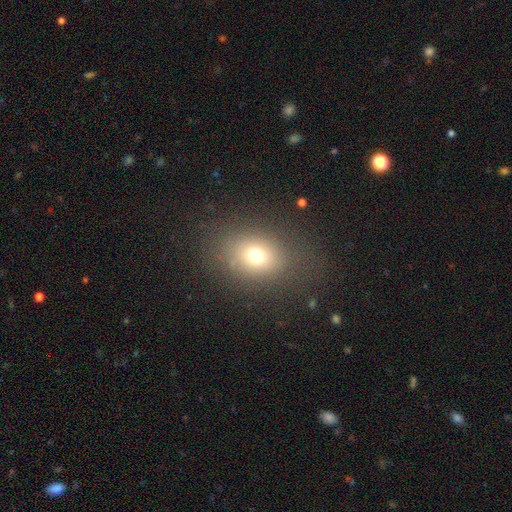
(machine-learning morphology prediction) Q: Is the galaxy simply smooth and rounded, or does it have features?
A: smooth — 70%.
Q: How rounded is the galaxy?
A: round — 50%.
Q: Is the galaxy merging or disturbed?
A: none — 80%.